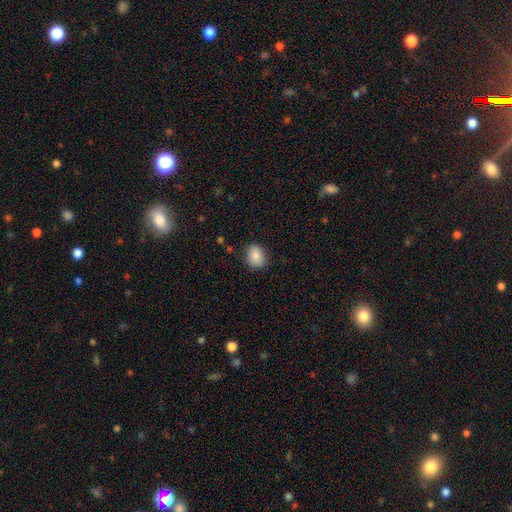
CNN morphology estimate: This is clearly a smooth galaxy (86%). How rounded: possibly in between (55%). Merging: clearly none (82%).